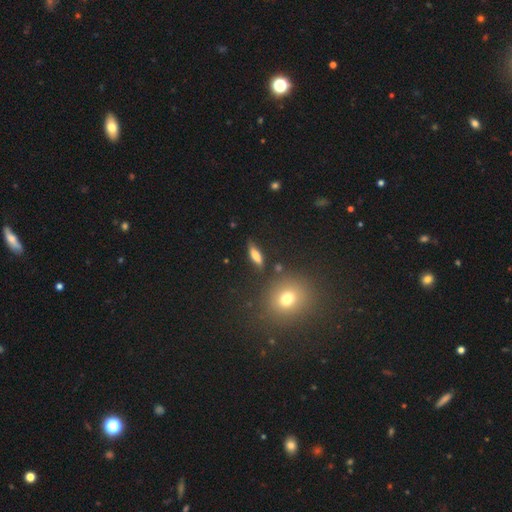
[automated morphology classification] The model was most divided on "how rounded": cigar-shaped: 54%, in between: 40%, round: 5%. More confident: merging — none (79%); smooth or featured — smooth (66%).